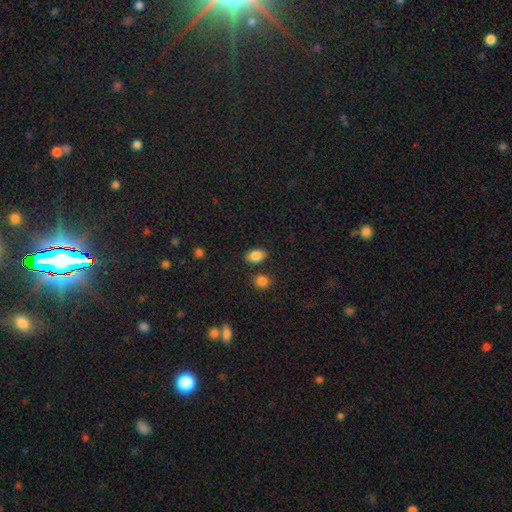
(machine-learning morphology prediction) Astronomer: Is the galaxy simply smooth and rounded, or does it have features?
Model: smooth — 86%.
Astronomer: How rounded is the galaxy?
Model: in between — 81%.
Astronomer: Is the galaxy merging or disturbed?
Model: none — 79%.